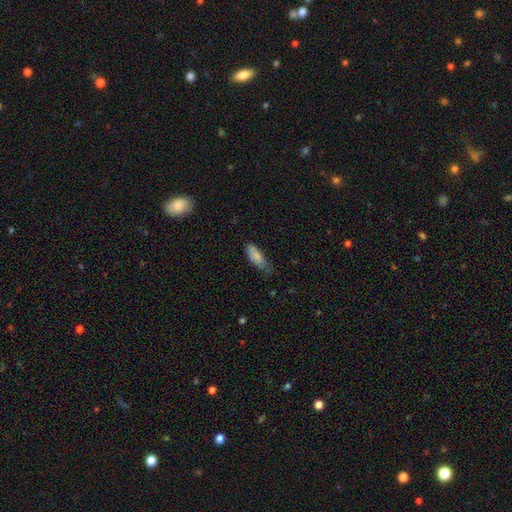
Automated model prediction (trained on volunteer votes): smooth 81%, featured or disk 13%, star or artifact 6%. Down the decision tree: how rounded — in between (78%); merging — none (56%).